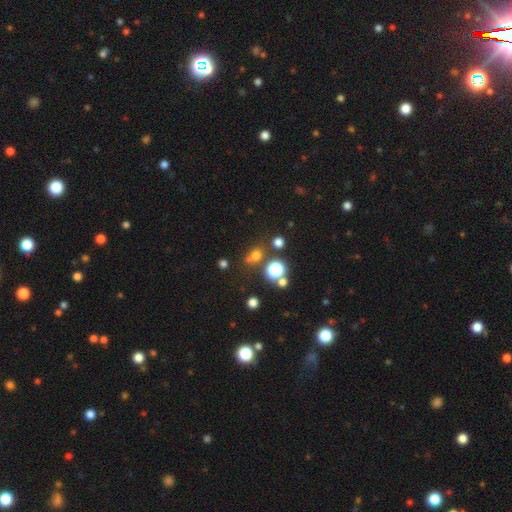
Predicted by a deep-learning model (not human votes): This appears to be a smooth galaxy with no disk features (62%) that is round (79%). Merging: none (67%).